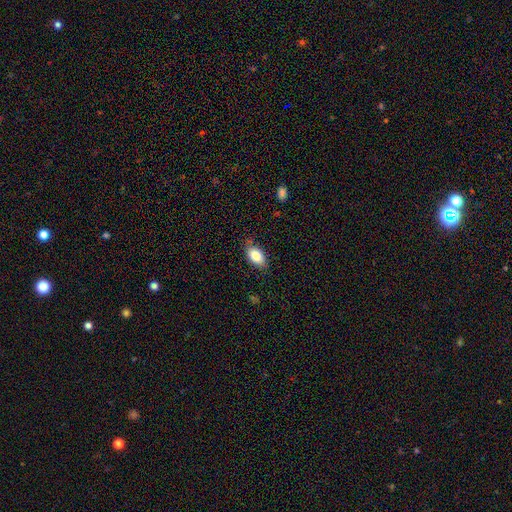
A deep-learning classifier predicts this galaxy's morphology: Smooth or featured? Predicted: smooth (p=0.84). How rounded? Predicted: in between (p=0.91). Merging? Predicted: none (p=0.79).